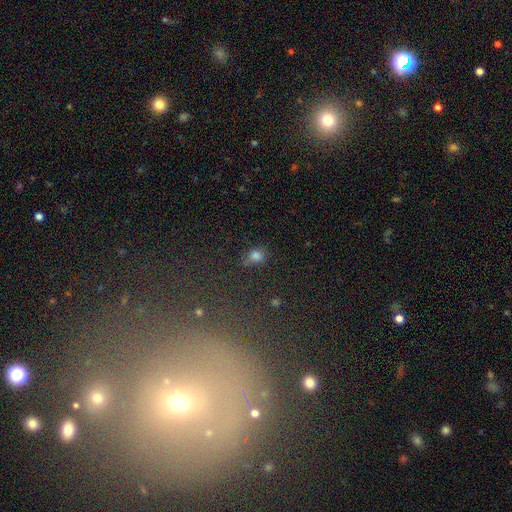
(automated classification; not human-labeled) smooth_or_featured: smooth (p=0.76) [alt: star or artifact p=0.17]
how_rounded: round (p=0.53) [alt: in between p=0.45]
merging: none (p=0.57) [alt: minor disturbance p=0.24]